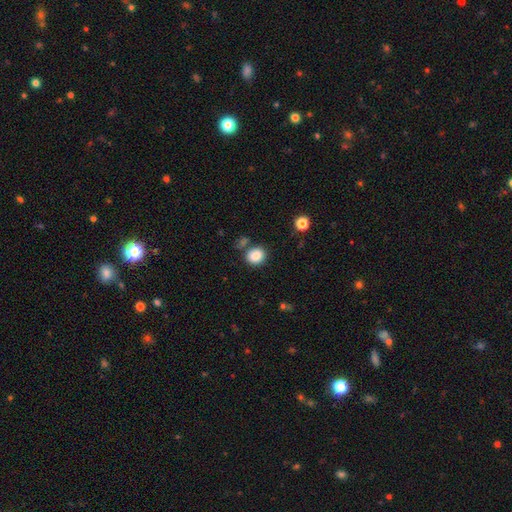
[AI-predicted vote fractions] smooth_or_featured: smooth (p=0.87) [alt: star or artifact p=0.09]
how_rounded: round (p=0.64) [alt: in between p=0.35]
merging: none (p=0.74) [alt: minor disturbance p=0.12]